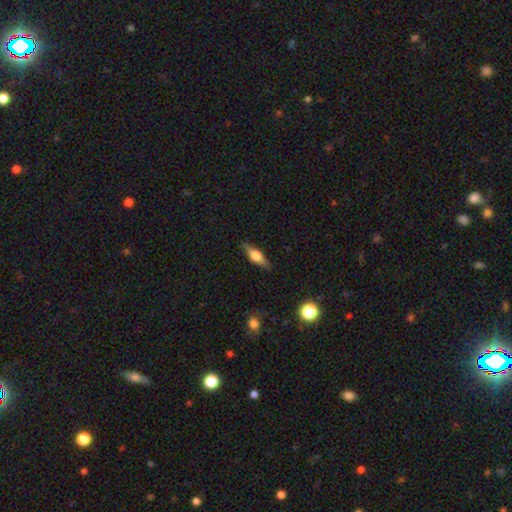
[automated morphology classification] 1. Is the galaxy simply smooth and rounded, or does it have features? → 51% featured or disk, 42% smooth, 7% star or artifact.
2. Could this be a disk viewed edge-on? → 94% yes, 6% no.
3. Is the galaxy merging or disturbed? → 85% none, 11% minor disturbance, 3% major disturbance, 1% merger.